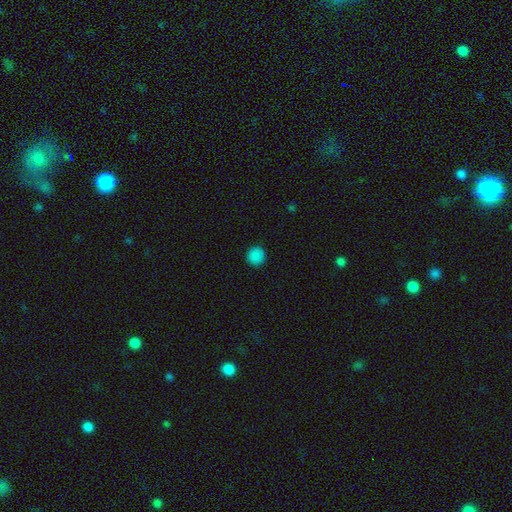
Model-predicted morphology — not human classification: This is clearly a smooth galaxy (86%). How rounded: clearly round (94%). Merging: clearly none (92%).